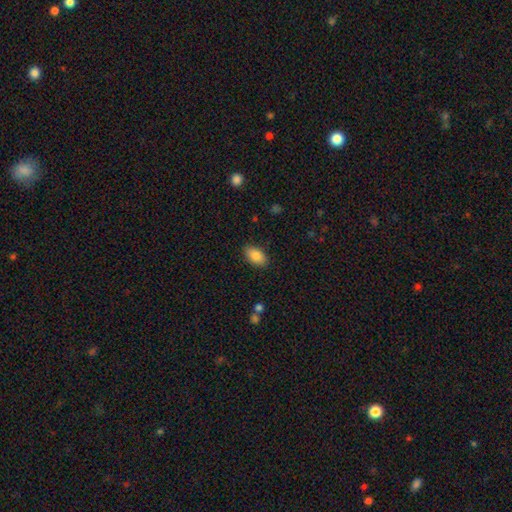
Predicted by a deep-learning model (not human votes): The model was most divided on "merging": none: 86%, minor disturbance: 10%, major disturbance: 2%, merger: 1%. More confident: how rounded — in between (93%); smooth or featured — smooth (85%).